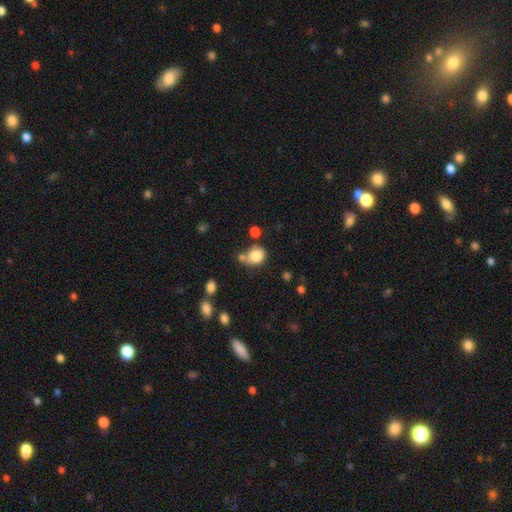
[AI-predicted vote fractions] smooth-or-featured: smooth: 83% | star or artifact: 10% | featured or disk: 7%
  how-rounded: round: 65% | in between: 34% | cigar-shaped: 1%
  merging: none: 52% | merger: 22% | minor disturbance: 19% | major disturbance: 7%